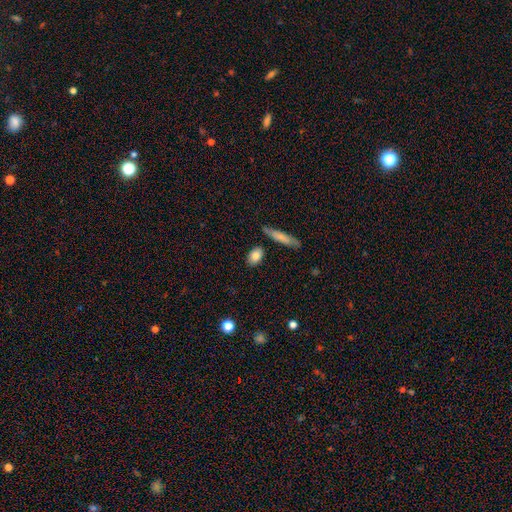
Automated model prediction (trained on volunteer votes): Smooth or featured? smooth (82%)
How rounded? in between (80%)
Merging? none (81%)